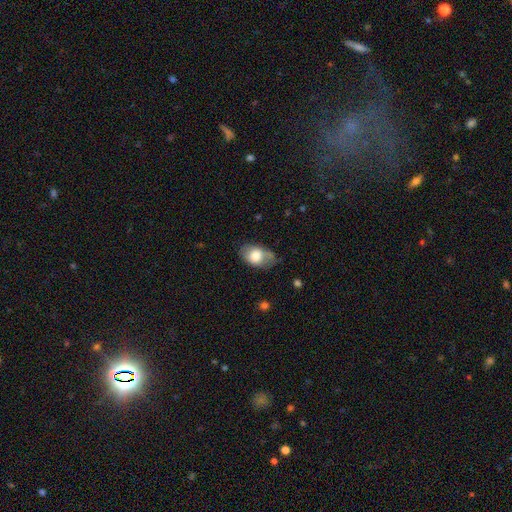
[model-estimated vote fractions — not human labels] This appears to be a smooth galaxy with no disk features (71%) that is in between round and cigar-shaped (88%). Merging: none (60%).